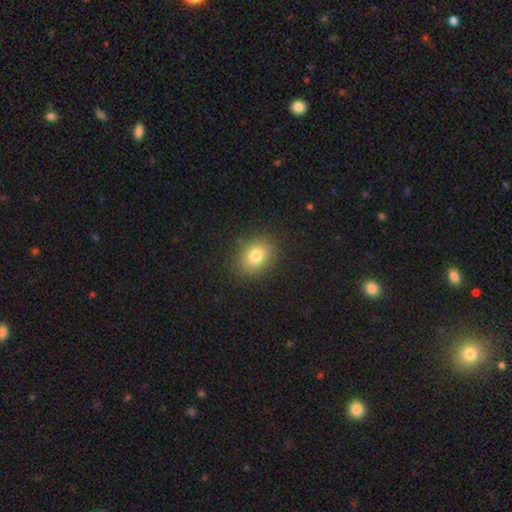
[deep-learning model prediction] smooth 80%, star or artifact 11%, featured or disk 9%. Down the decision tree: how rounded — in between (58%); merging — none (86%).